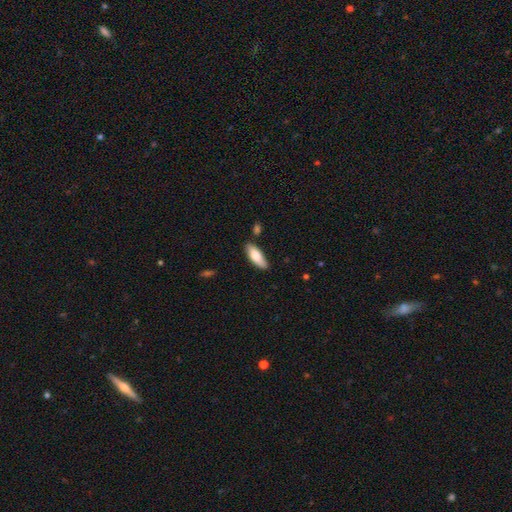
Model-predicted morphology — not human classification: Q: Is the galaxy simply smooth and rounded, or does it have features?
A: smooth — 79%.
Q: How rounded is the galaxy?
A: in between — 70%.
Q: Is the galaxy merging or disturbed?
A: none — 78%.